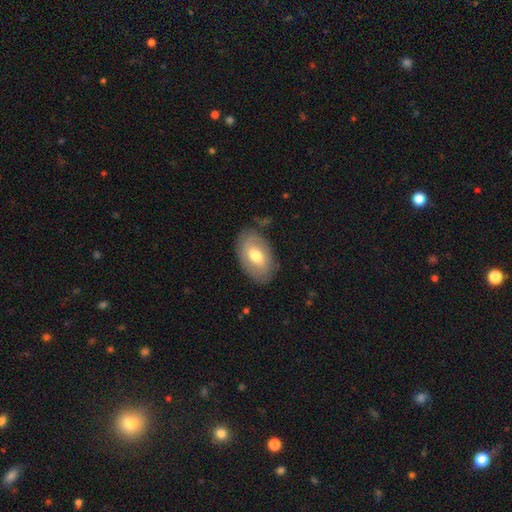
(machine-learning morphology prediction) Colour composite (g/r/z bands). It shows a smooth galaxy with no disk features (61%) that is in between round and cigar-shaped (91%). Merging: none (80%).